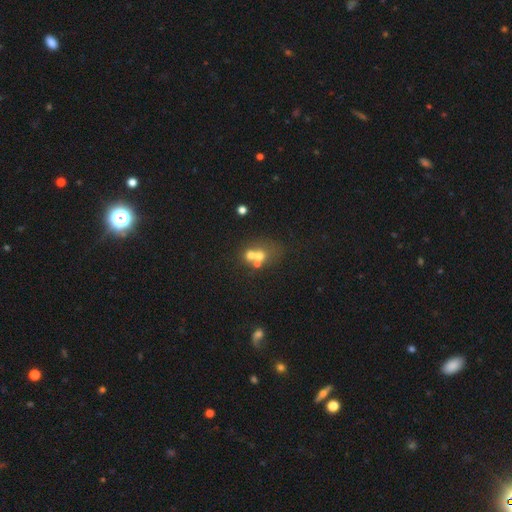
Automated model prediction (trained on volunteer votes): Smooth or featured: smooth — 53% (featured or disk — 30%)
How rounded: round — 68% (in between — 31%)
Merging: merger — 58% (none — 28%)